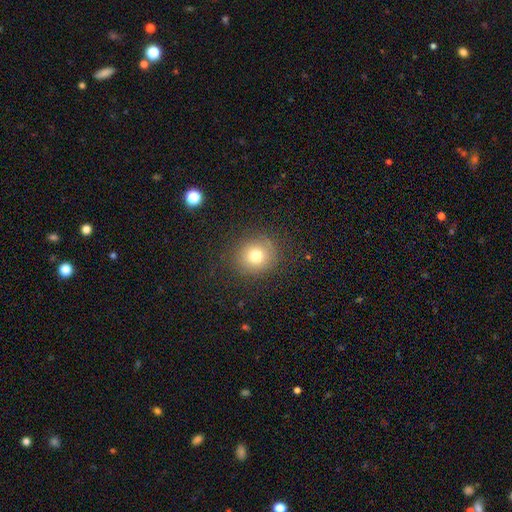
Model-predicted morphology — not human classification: A smooth galaxy with no disk features (76%) that is round (86%). Merging: none (85%).